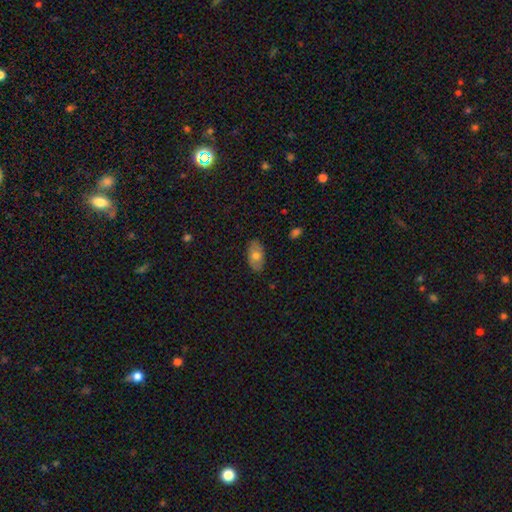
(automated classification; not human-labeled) Q: Smooth or featured?
A: smooth (67%); runner-up: featured or disk (26%)
Q: How rounded?
A: in between (93%); runner-up: round (5%)
Q: Merging?
A: none (83%); runner-up: minor disturbance (13%)